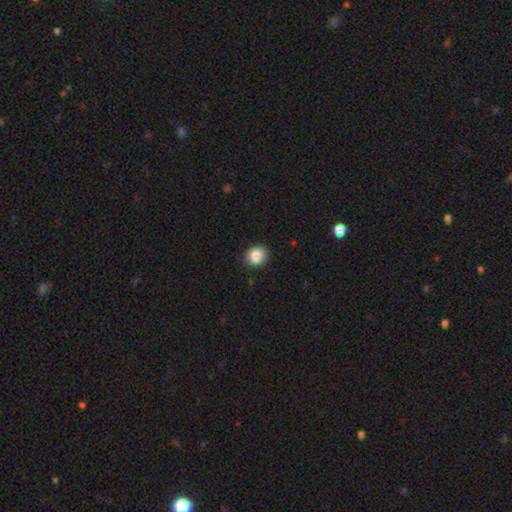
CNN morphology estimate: This appears to be a smooth galaxy with no disk features (86%) that is round (76%). Merging: none (88%).